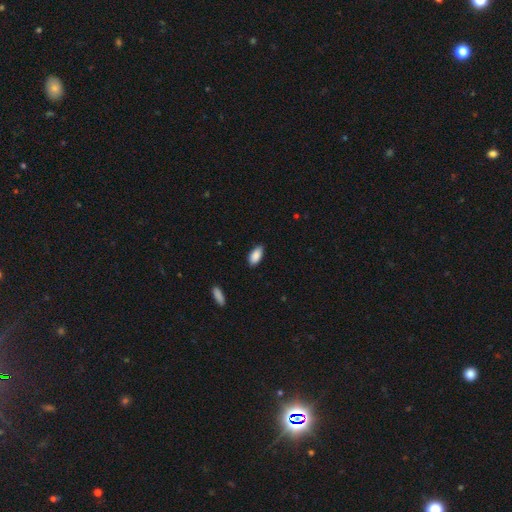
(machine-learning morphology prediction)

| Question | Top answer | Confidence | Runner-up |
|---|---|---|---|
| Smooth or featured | smooth | 89% | star or artifact (7%) |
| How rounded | in between | 91% | cigar-shaped (6%) |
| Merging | none | 82% | minor disturbance (15%) |